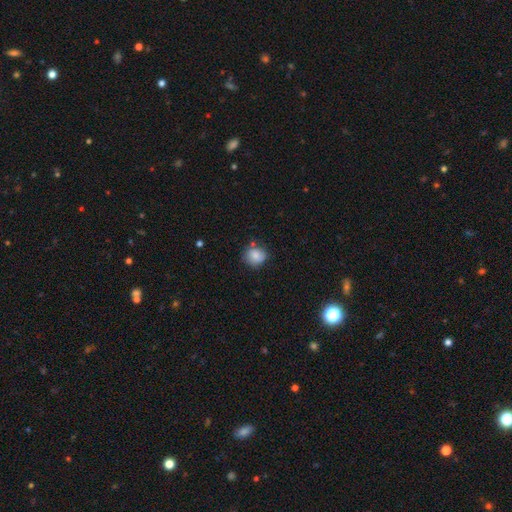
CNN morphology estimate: smooth 81%, featured or disk 11%, star or artifact 9%. Down the decision tree: how rounded — round (77%); merging — none (68%).